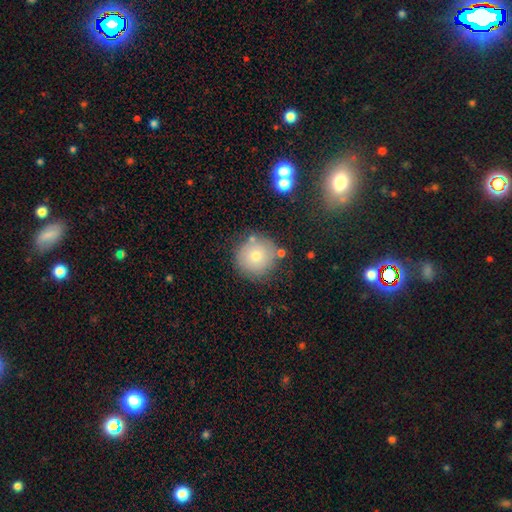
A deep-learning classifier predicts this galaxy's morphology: A smooth galaxy with no disk features (72%) that is round (95%).

Vote fractions:
- Smooth or featured? smooth: 72% / featured or disk: 18% / star or artifact: 10%
- How rounded? round: 95% / in between: 4% / cigar-shaped: 1%
- Merging? none: 78% / minor disturbance: 12% / merger: 6% / major disturbance: 4%